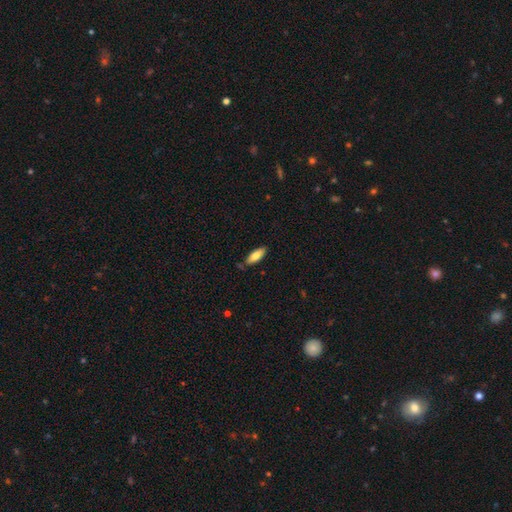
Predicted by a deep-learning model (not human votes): Smooth or featured?
  - smooth: 79% *
  - featured or disk: 15%
  - star or artifact: 6%
How rounded?
  - in between: 70% *
  - cigar-shaped: 29%
  - round: 2%
Merging?
  - none: 79% *
  - minor disturbance: 15%
  - merger: 3%
  - major disturbance: 3%